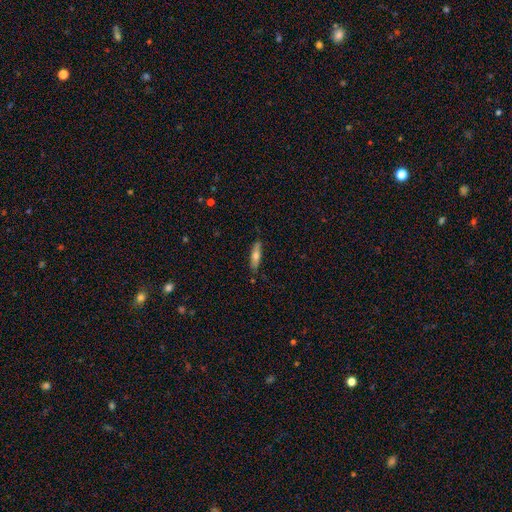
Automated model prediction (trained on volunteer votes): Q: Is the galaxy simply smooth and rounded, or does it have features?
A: smooth — 58%.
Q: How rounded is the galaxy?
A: cigar-shaped — 70%.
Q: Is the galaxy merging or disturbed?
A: none — 83%.